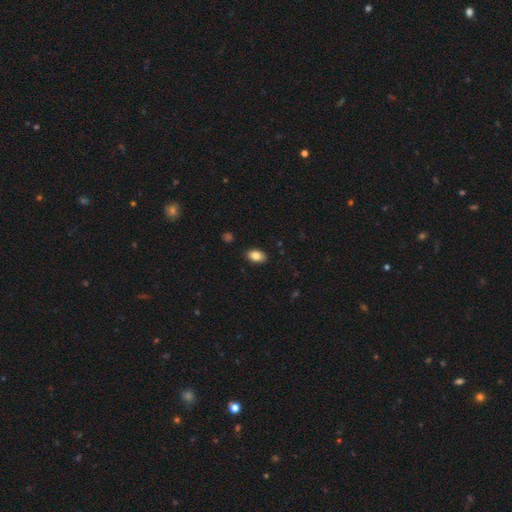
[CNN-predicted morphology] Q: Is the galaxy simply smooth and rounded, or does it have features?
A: smooth — 84%.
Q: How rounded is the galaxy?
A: in between — 90%.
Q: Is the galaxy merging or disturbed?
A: none — 88%.